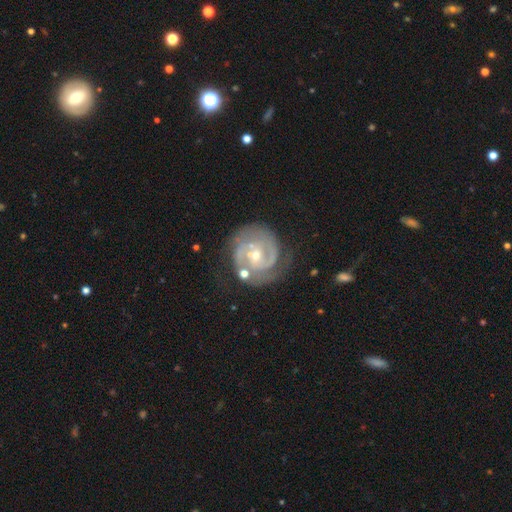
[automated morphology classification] Overall: featured or disk (88%). Edge-on disk: no (98%). Bar: no (50%; weak 38%). Spiral arms: yes (97%). Spiral arm count: 2 (72%). Spiral winding: tight (57%; medium 36%). Bulge size: small (62%; moderate 35%). Merging: none (67%).